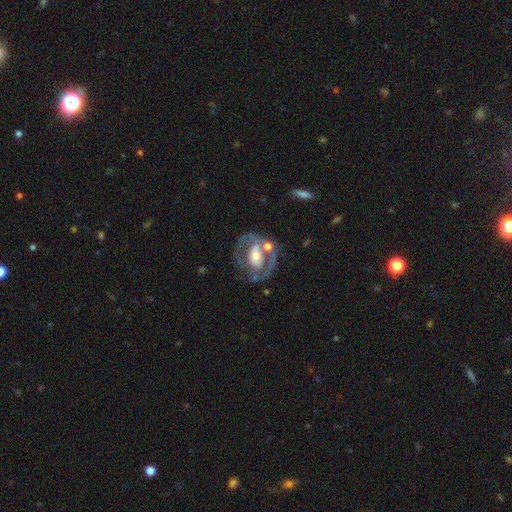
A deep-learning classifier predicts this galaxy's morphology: Smooth or featured? Predicted: featured or disk (p=0.72). Edge-on disk? Predicted: no (p=0.95). Bar? Predicted: no (p=0.54). Spiral arms? Predicted: no (p=0.53). Bulge size? Predicted: moderate (p=0.60). Merging? Predicted: none (p=0.54).